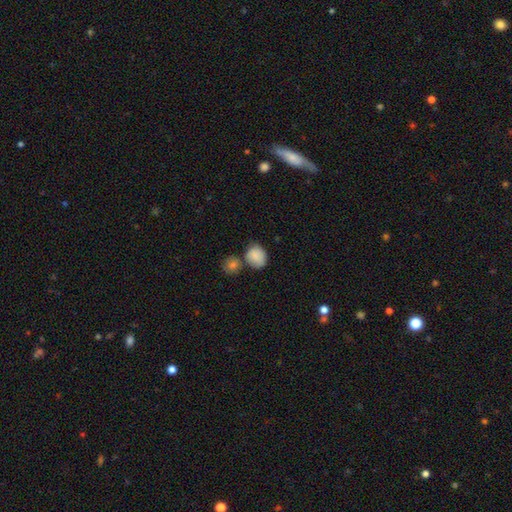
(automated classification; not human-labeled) Smooth or featured? Predicted: smooth (p=0.87). How rounded? Predicted: round (p=0.53). Merging? Predicted: none (p=0.54).